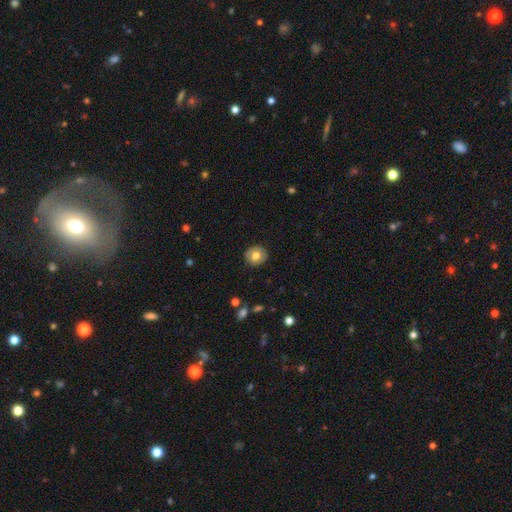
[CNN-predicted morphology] This appears to be a smooth galaxy with no disk features (69%) that is round (87%). Merging: none (89%).